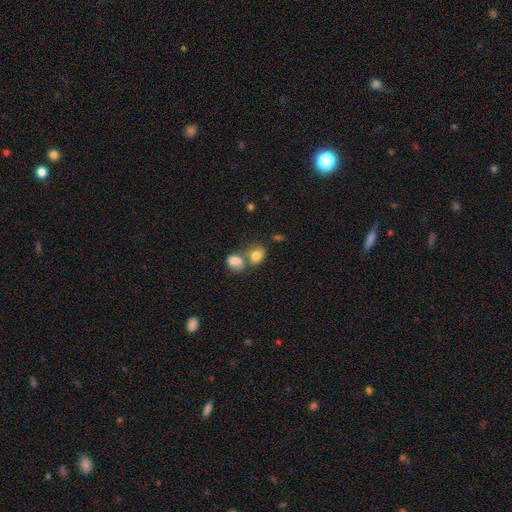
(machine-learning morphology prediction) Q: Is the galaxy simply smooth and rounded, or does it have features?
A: smooth — 79%.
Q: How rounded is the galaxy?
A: in between — 53%.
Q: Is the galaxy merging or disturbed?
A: merger — 48%.